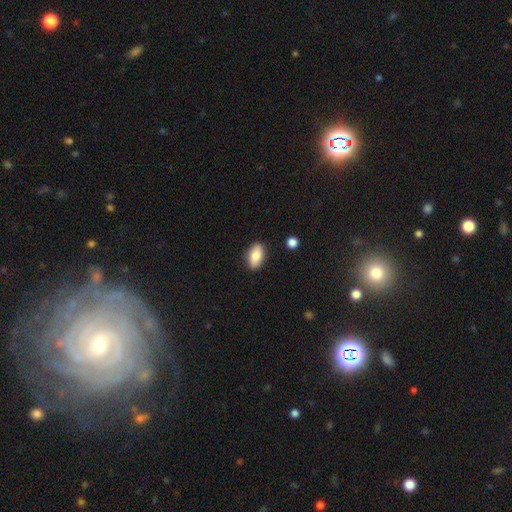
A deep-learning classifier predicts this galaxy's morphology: Q: Smooth or featured?
A: smooth (83%); runner-up: featured or disk (10%)
Q: How rounded?
A: in between (89%); runner-up: round (6%)
Q: Merging?
A: none (86%); runner-up: minor disturbance (10%)